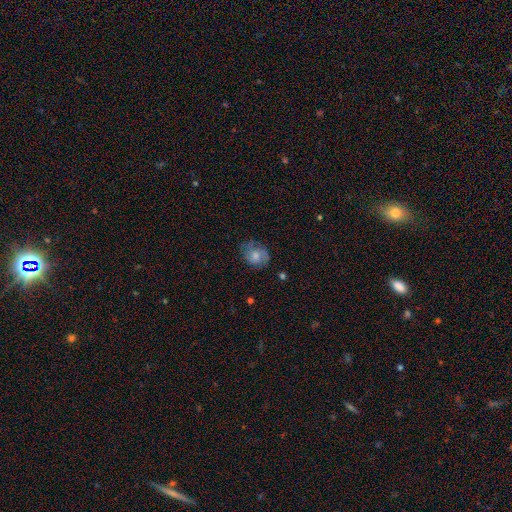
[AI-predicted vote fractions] Smooth or featured: smooth — 51% (featured or disk — 40%)
How rounded: round — 55% (in between — 44%)
Merging: none — 63% (minor disturbance — 25%)